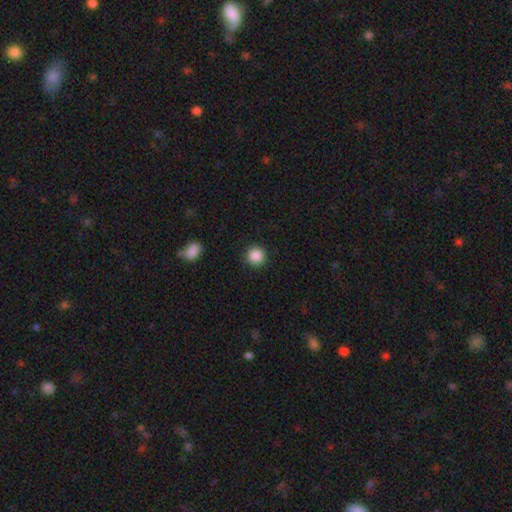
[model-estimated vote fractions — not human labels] Overall: smooth (88%). How rounded: round (94%). Merging: none (91%).